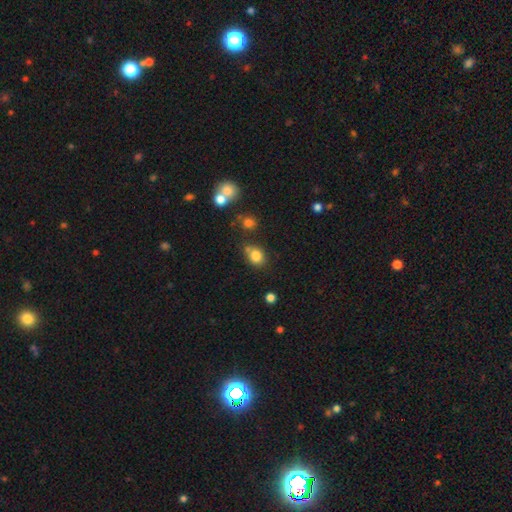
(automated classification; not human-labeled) Smooth or featured? smooth (81%)
How rounded? round (59%)
Merging? none (63%)